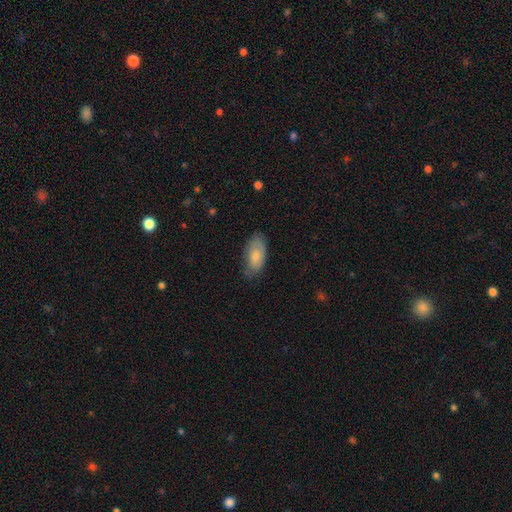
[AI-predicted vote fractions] A smooth galaxy with no disk features (75%) that is in between round and cigar-shaped (92%).

Vote fractions:
- Smooth or featured? smooth: 75% / featured or disk: 19% / star or artifact: 6%
- How rounded? in between: 92% / cigar-shaped: 6% / round: 3%
- Merging? none: 68% / minor disturbance: 25% / major disturbance: 5% / merger: 1%